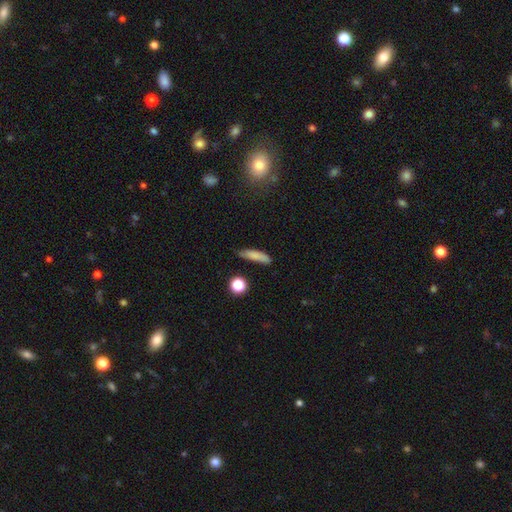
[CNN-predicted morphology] Smooth or featured? smooth (79%)
How rounded? cigar-shaped (71%)
Merging? none (74%)